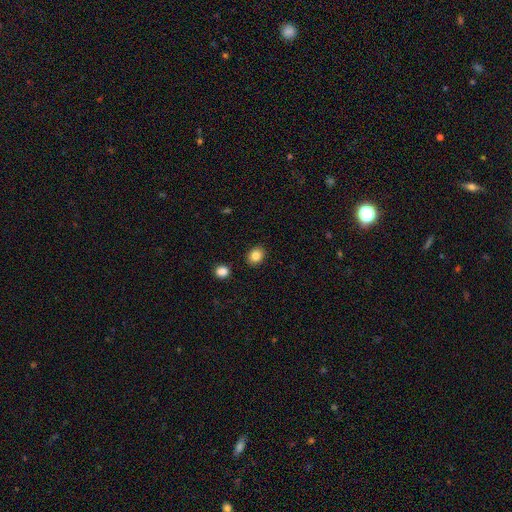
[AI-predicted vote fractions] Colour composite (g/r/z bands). It shows a smooth galaxy with no disk features (85%) that is round (56%). Merging: none (88%).